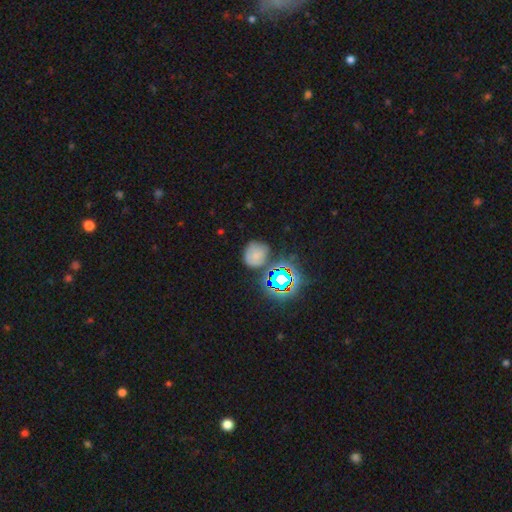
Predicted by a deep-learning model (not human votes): This appears to be a smooth galaxy with no disk features (56%) that is round (83%). Merging: none (69%).